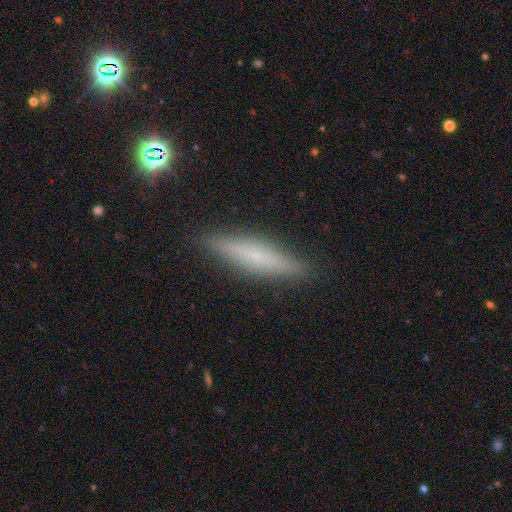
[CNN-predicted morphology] smooth_or_featured: featured or disk (p=0.47) [alt: smooth p=0.44]
merging: none (p=0.89) [alt: minor disturbance p=0.08]